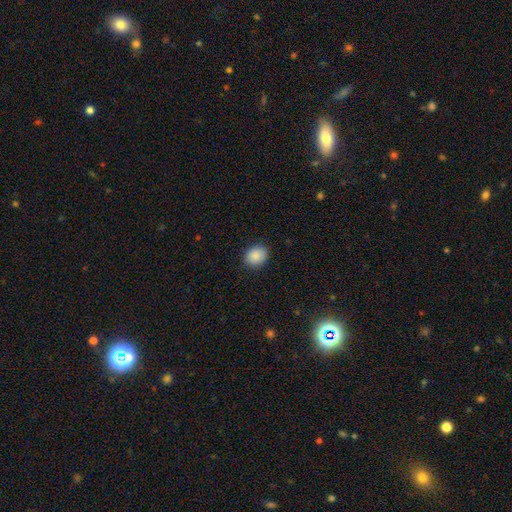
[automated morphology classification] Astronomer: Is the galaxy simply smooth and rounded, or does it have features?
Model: smooth — 88%.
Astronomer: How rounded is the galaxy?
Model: round — 52% (runner-up: in between, 47%).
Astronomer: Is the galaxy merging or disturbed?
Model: none — 88%.